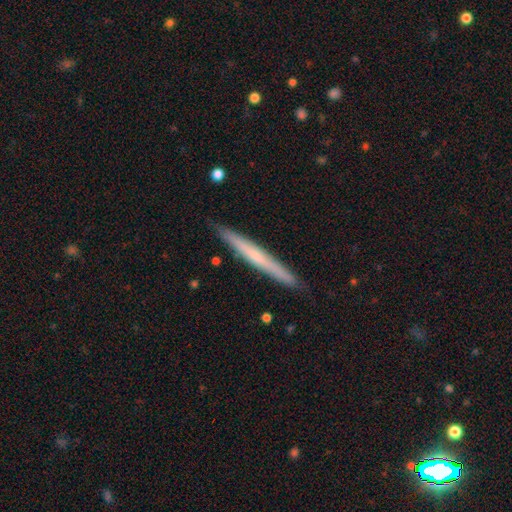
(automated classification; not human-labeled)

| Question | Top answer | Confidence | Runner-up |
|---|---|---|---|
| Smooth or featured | featured or disk | 49% | smooth (46%) |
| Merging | none | 91% | minor disturbance (6%) |